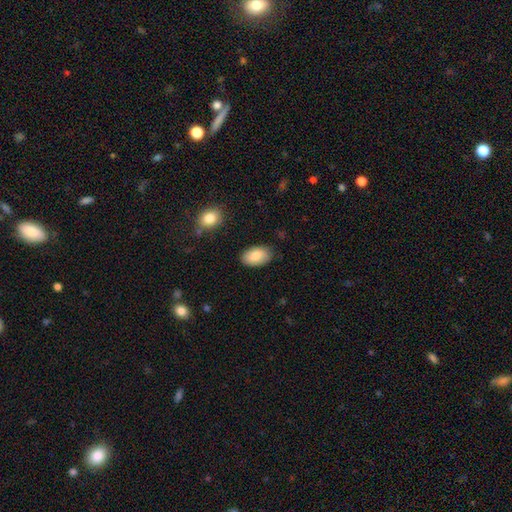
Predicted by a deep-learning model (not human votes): Smooth or featured?
  - smooth: 83% *
  - featured or disk: 11%
  - star or artifact: 6%
How rounded?
  - in between: 92% *
  - round: 7%
  - cigar-shaped: 1%
Merging?
  - none: 84% *
  - minor disturbance: 12%
  - major disturbance: 2%
  - merger: 1%